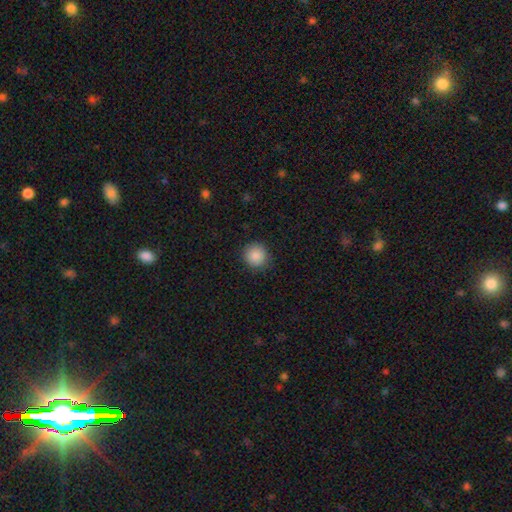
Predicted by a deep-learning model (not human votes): Morphology: type=smooth (88%); roundness=round (92%); merging=none (88%).